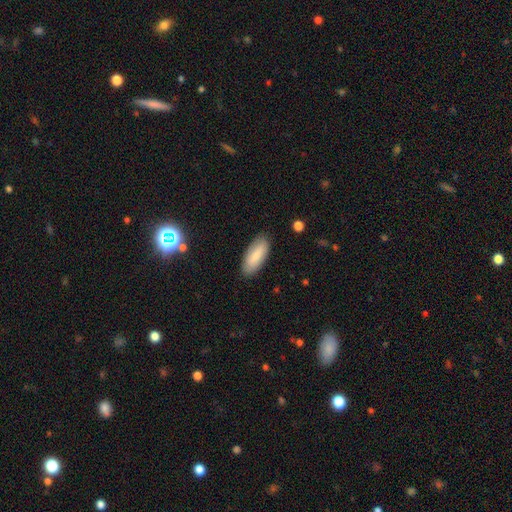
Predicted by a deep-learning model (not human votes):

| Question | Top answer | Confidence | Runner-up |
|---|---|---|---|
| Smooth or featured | smooth | 77% | featured or disk (17%) |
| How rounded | in between | 82% | cigar-shaped (16%) |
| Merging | none | 87% | minor disturbance (10%) |